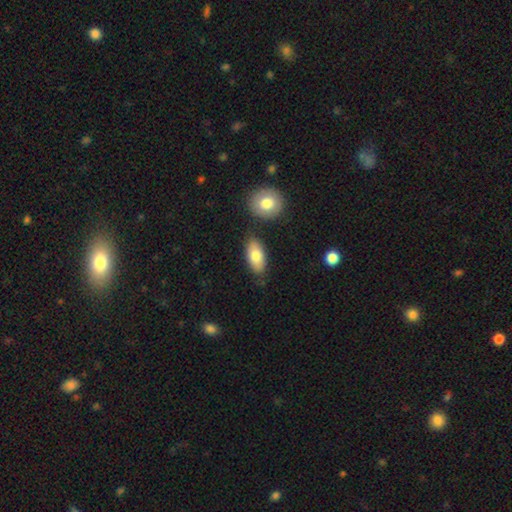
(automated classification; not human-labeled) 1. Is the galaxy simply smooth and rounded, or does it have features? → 77% smooth, 17% featured or disk, 6% star or artifact.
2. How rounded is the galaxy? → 89% in between, 7% cigar-shaped, 4% round.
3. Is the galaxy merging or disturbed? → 77% none, 12% minor disturbance, 8% merger, 3% major disturbance.